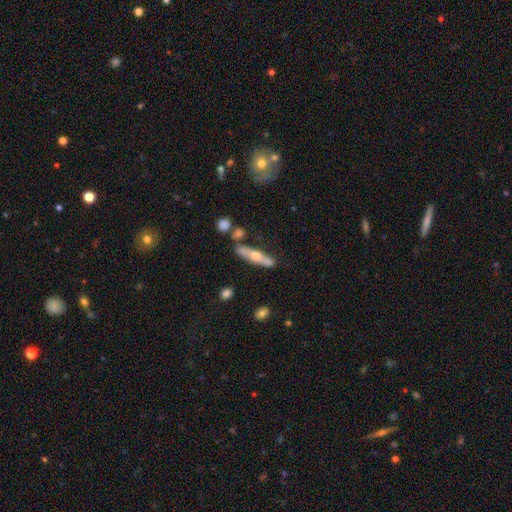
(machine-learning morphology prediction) Overall: featured or disk (59%; smooth 34%). Edge-on disk: yes (84%). Edge-on bulge: rounded (92%). Merging: none (70%).